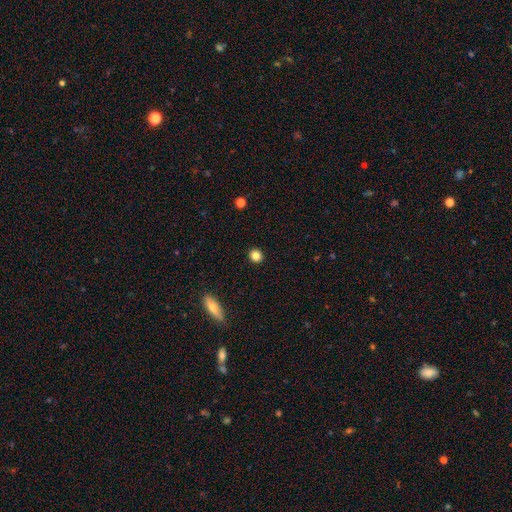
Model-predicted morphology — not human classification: Smooth or featured? Predicted: smooth (p=0.84). How rounded? Predicted: round (p=0.84). Merging? Predicted: none (p=0.91).